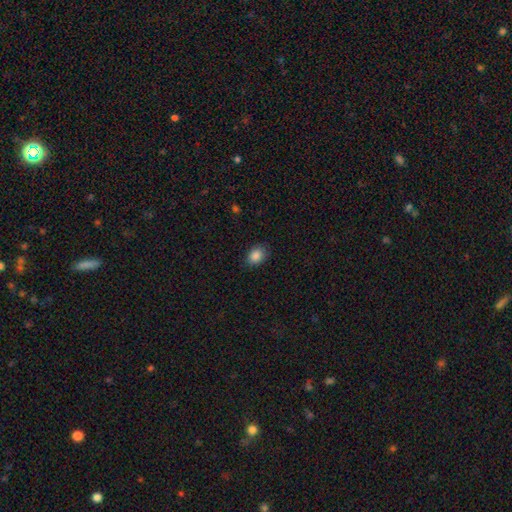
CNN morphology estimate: This is clearly a smooth galaxy (87%). How rounded: likely in between (67%). Merging: clearly none (84%).